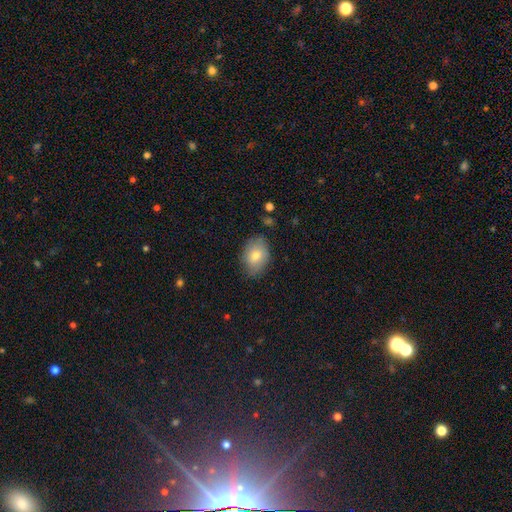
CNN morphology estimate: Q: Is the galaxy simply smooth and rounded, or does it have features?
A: smooth — 77%.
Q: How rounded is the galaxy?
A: in between — 72%.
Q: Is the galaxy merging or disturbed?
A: none — 76%.